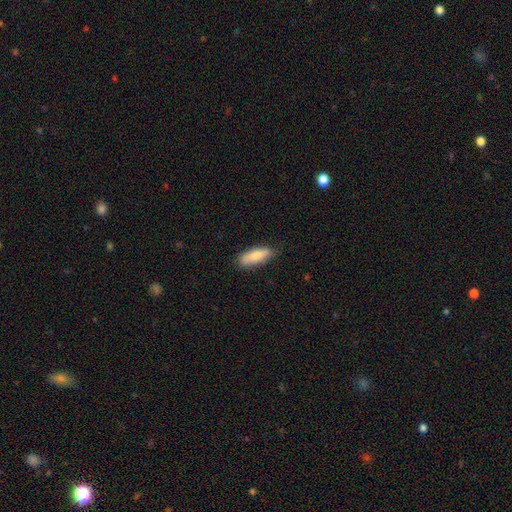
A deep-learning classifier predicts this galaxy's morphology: smooth-or-featured: smooth: 84% | featured or disk: 10% | star or artifact: 6%
  how-rounded: in between: 62% | cigar-shaped: 36% | round: 2%
  merging: none: 79% | minor disturbance: 17% | major disturbance: 3% | merger: 1%